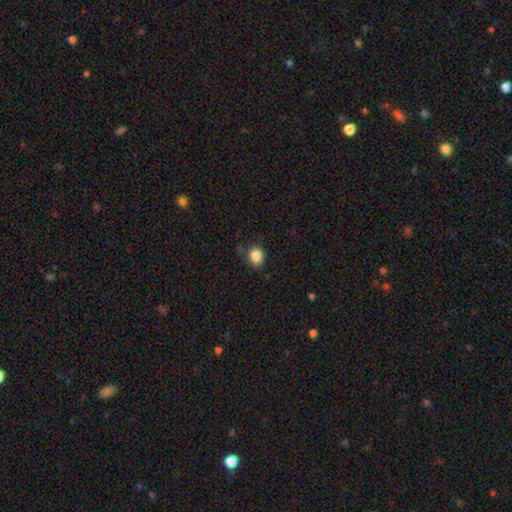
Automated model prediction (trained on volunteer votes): Smooth or featured? smooth (86%)
How rounded? round (64%)
Merging? none (80%)